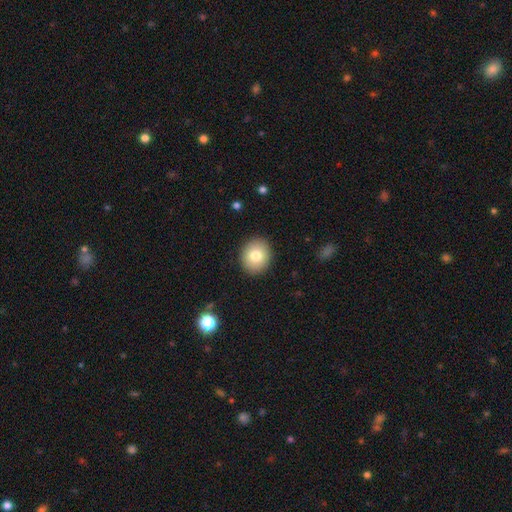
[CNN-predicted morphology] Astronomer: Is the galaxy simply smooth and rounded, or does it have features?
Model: smooth — 78%.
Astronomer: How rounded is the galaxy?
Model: round — 76%.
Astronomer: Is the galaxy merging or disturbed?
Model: none — 91%.